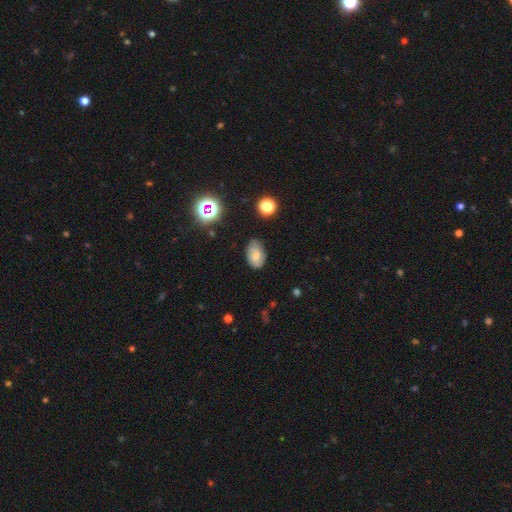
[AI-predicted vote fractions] Smooth or featured? smooth (68%)
How rounded? in between (88%)
Merging? none (68%)